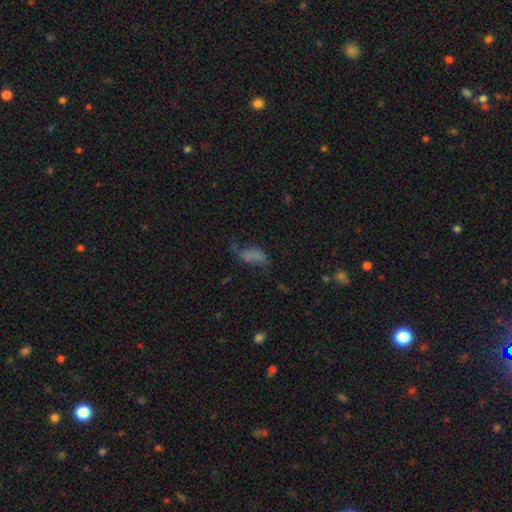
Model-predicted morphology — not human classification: This is possibly a smooth galaxy (48%). Merging: marginally none (36%).